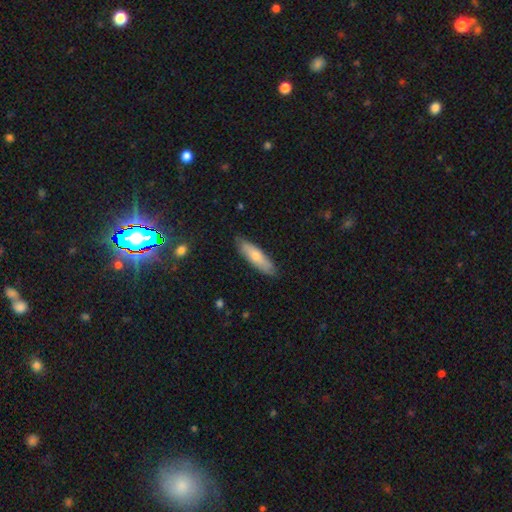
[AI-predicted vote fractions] Smooth or featured?
  - smooth: 68% *
  - featured or disk: 26%
  - star or artifact: 6%
How rounded?
  - cigar-shaped: 66% *
  - in between: 32%
  - round: 2%
Merging?
  - none: 86% *
  - minor disturbance: 11%
  - major disturbance: 2%
  - merger: 1%